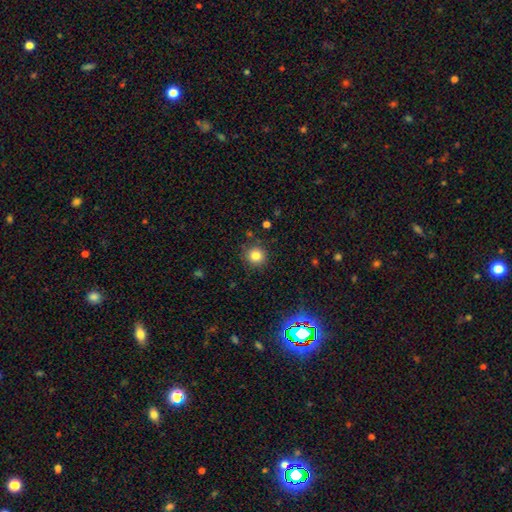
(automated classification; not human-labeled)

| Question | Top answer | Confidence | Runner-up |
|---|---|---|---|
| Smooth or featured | smooth | 82% | star or artifact (12%) |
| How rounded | round | 93% | in between (6%) |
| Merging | none | 87% | minor disturbance (8%) |